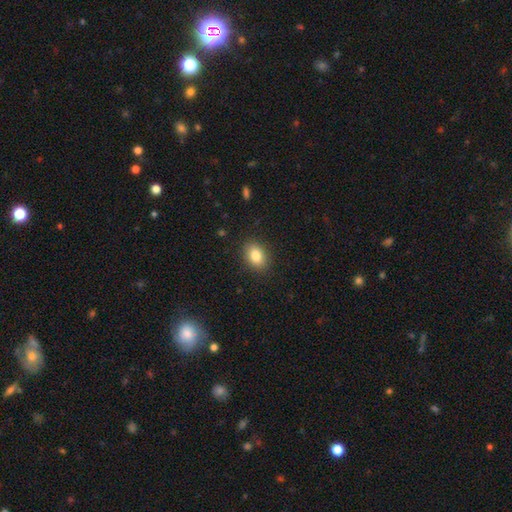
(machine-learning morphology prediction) Smooth or featured? Predicted: smooth (p=0.83). How rounded? Predicted: in between (p=0.76). Merging? Predicted: none (p=0.88).